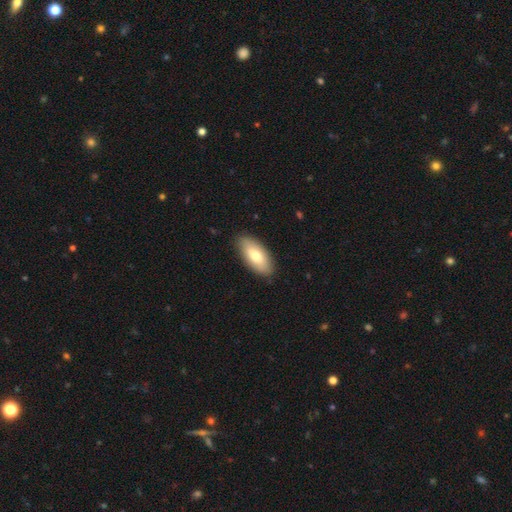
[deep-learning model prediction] The model was most divided on "smooth or featured": smooth: 75%, featured or disk: 20%, star or artifact: 6%. More confident: how rounded — in between (90%); merging — none (87%).